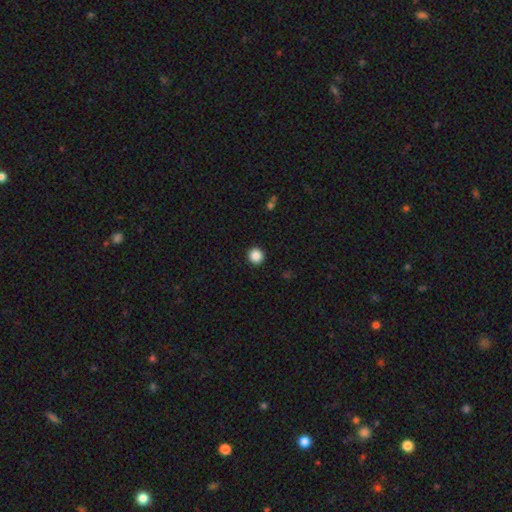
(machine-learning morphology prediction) Smooth or featured: smooth — 87% (star or artifact — 10%)
How rounded: round — 95% (in between — 5%)
Merging: none — 93% (minor disturbance — 4%)